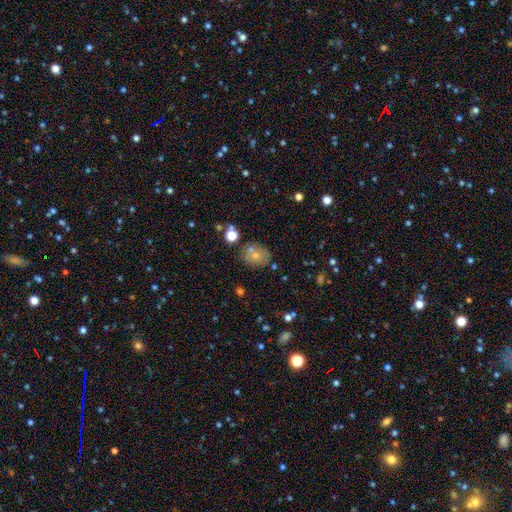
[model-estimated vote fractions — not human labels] smooth 70%, featured or disk 17%, star or artifact 14%. Down the decision tree: how rounded — round (57%); merging — none (67%).